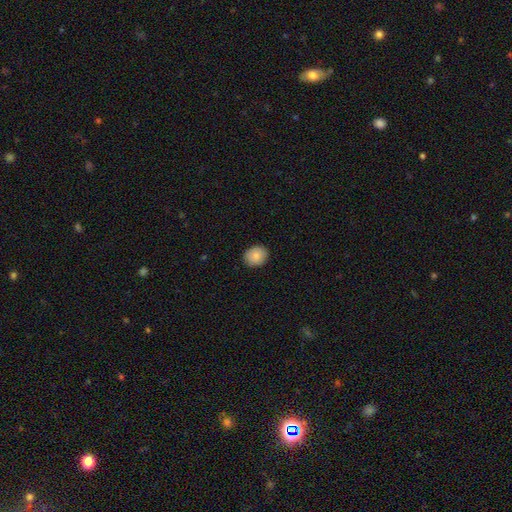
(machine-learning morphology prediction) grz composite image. It shows a smooth galaxy with no disk features (85%) that is round (60%). Merging: none (89%).